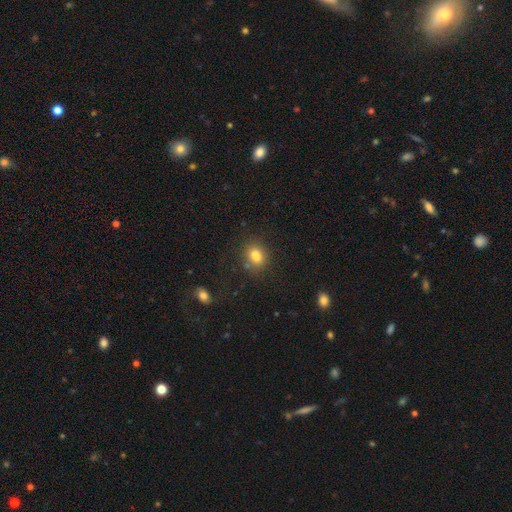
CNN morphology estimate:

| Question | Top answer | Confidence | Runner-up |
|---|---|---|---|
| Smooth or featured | smooth | 81% | star or artifact (12%) |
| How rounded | round | 51% | in between (48%) |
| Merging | none | 77% | minor disturbance (13%) |